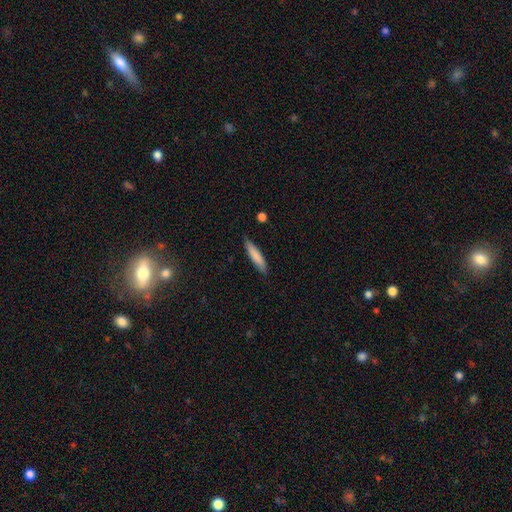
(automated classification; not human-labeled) This appears to be a smooth galaxy with no disk features (82%) that is cigar-shaped (85%). Merging: none (85%).